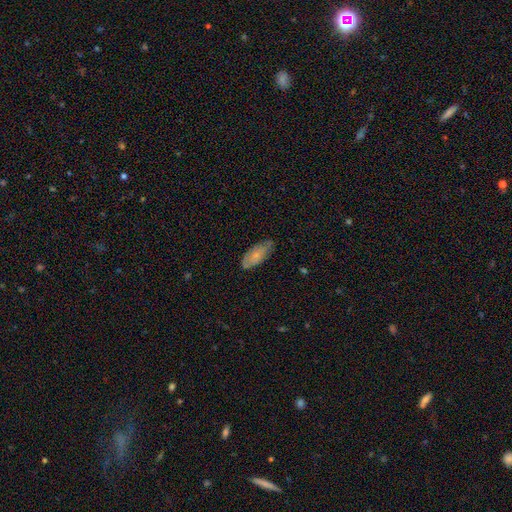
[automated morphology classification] Overall: smooth (66%; featured or disk 28%). How rounded: in between (83%). Merging: none (68%).